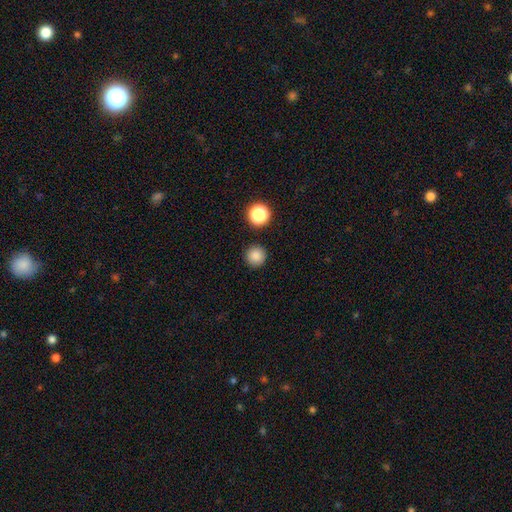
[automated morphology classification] smooth 84%, star or artifact 12%, featured or disk 4%. Down the decision tree: how rounded — round (96%); merging — none (90%).